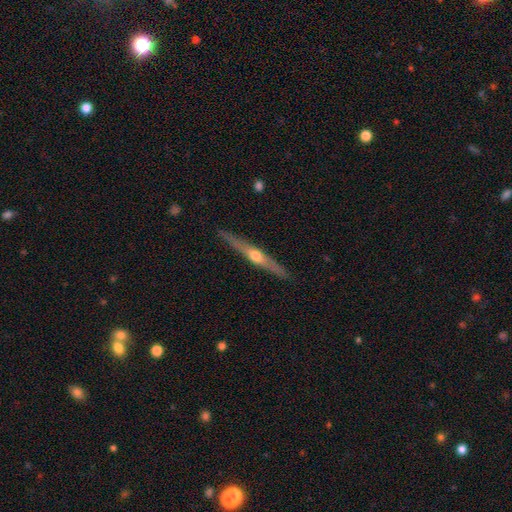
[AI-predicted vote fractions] smooth-or-featured: featured or disk: 72% | smooth: 23% | star or artifact: 5%
  disk-edge-on: yes: 97% | no: 3%
    edge-on-bulge: rounded: 90% | none: 7% | boxy: 3%
  merging: none: 89% | minor disturbance: 8% | major disturbance: 1% | merger: 1%